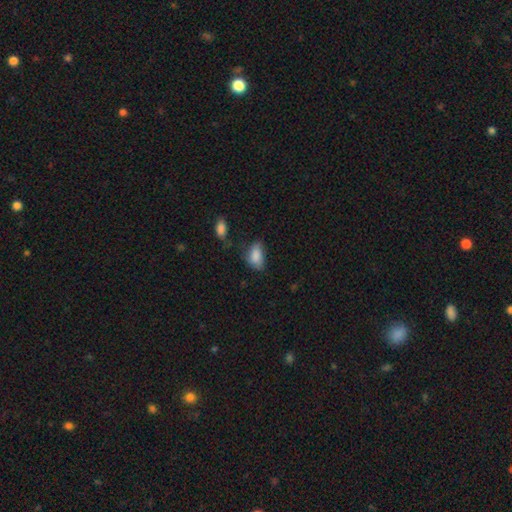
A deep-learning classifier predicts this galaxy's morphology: Q: Smooth or featured?
A: smooth (85%); runner-up: star or artifact (8%)
Q: How rounded?
A: in between (91%); runner-up: round (6%)
Q: Merging?
A: none (48%); runner-up: minor disturbance (35%)